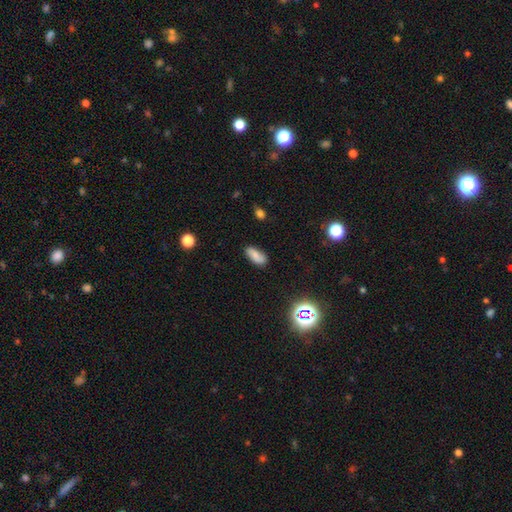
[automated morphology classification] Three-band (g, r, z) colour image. It shows a smooth galaxy with no disk features (71%) that is in between round and cigar-shaped (85%). Merging: none (80%).